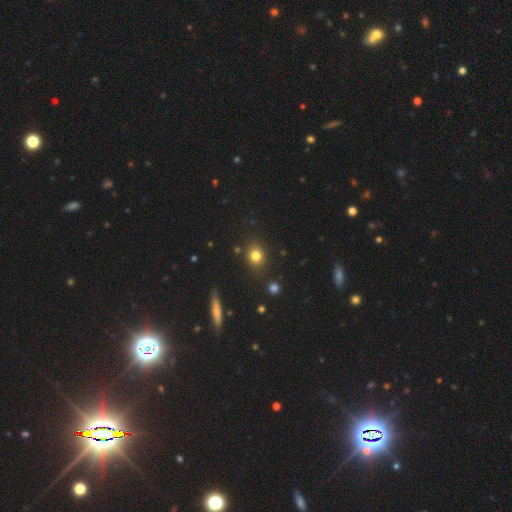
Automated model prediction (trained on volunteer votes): This is likely a smooth galaxy (79%). How rounded: likely round (71%). Merging: clearly none (84%).